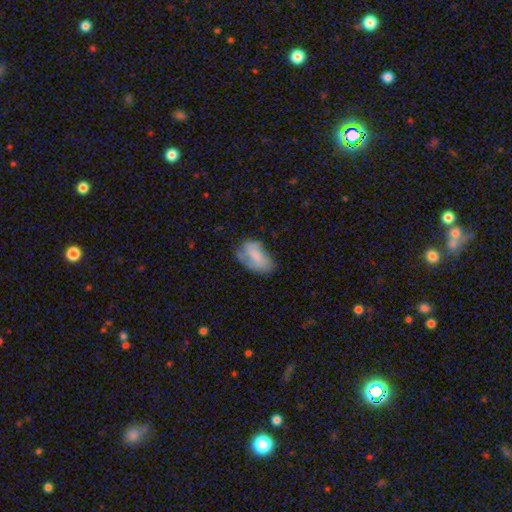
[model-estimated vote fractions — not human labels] A smooth galaxy with no disk features (60%) that is in between round and cigar-shaped (92%). Merging: none (52%).